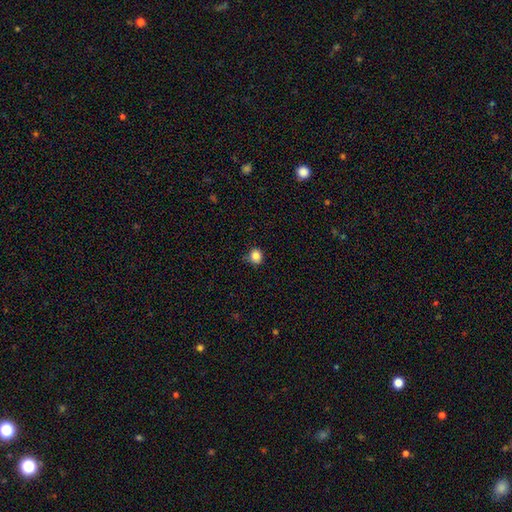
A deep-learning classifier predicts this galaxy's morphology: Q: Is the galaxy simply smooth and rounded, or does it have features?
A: smooth — 84%.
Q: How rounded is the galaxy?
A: round — 82%.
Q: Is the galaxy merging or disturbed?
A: none — 81%.